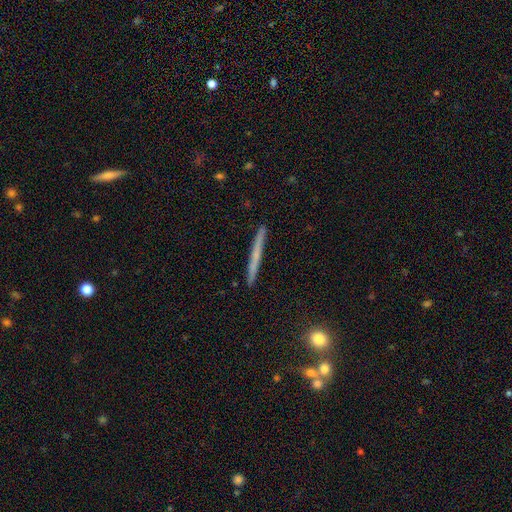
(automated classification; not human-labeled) This is possibly a smooth galaxy (47%). Merging: clearly none (91%).